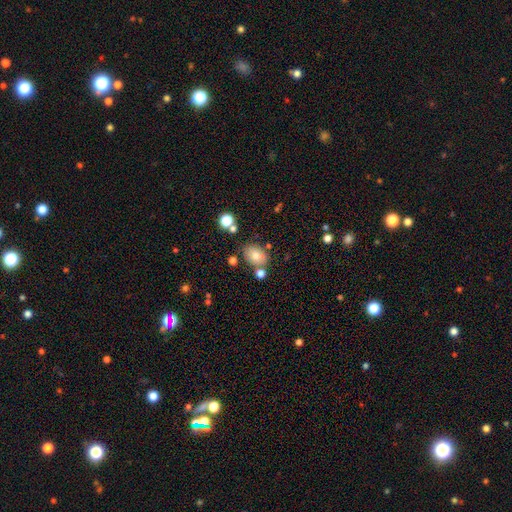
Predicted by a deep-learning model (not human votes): Smooth or featured: smooth — 75% (featured or disk — 14%)
How rounded: in between — 75% (round — 23%)
Merging: none — 71% (minor disturbance — 15%)